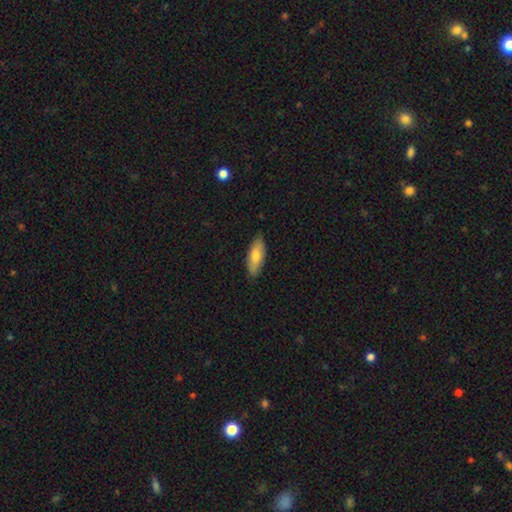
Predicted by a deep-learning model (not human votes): smooth-or-featured: smooth: 73% | featured or disk: 21% | star or artifact: 6%
  how-rounded: in between: 66% | cigar-shaped: 31% | round: 2%
  merging: none: 86% | minor disturbance: 11% | major disturbance: 2% | merger: 1%